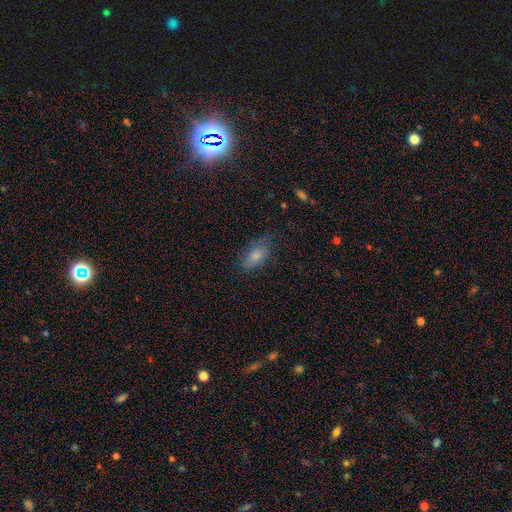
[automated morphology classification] Smooth or featured: smooth — 62% (featured or disk — 20%)
How rounded: in between — 84% (cigar-shaped — 9%)
Merging: none — 72% (minor disturbance — 20%)